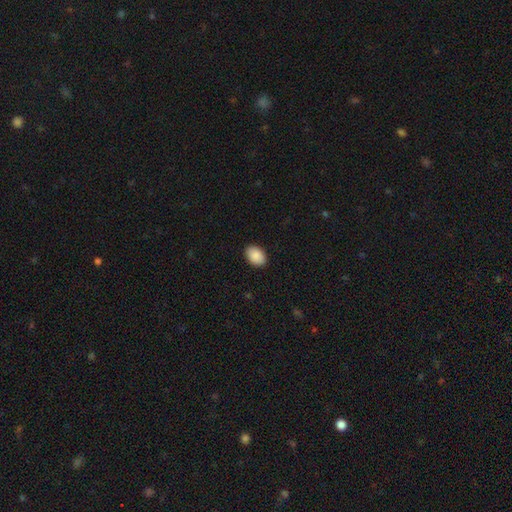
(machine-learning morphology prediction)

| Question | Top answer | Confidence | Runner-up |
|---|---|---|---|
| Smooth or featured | smooth | 90% | star or artifact (7%) |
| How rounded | in between | 82% | round (17%) |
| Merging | none | 90% | minor disturbance (7%) |